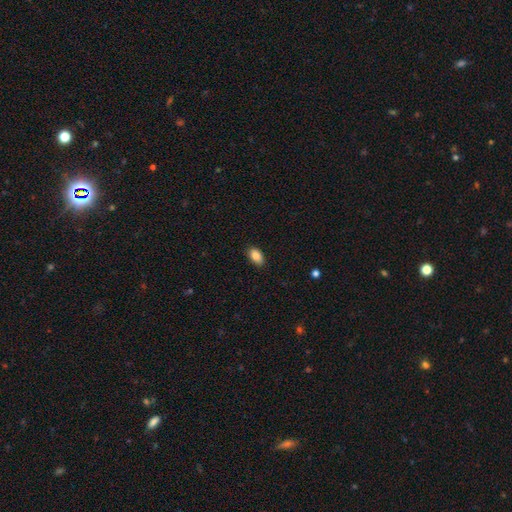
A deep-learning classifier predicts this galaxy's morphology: Smooth or featured? Predicted: smooth (p=0.86). How rounded? Predicted: in between (p=0.91). Merging? Predicted: none (p=0.87).